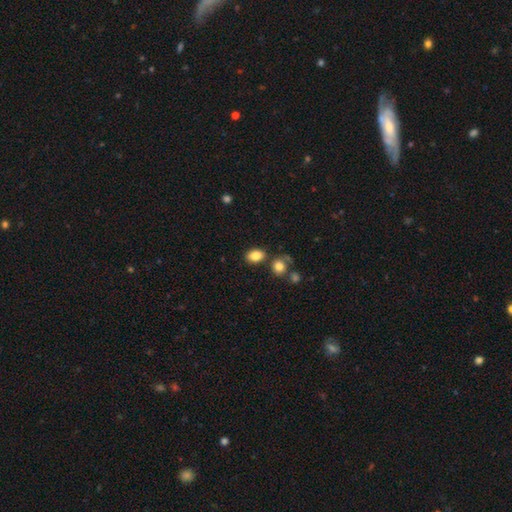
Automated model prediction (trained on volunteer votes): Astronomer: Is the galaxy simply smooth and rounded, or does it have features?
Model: smooth — 84%.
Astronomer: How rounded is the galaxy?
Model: in between — 74%.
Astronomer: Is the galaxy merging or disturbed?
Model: none — 77%.